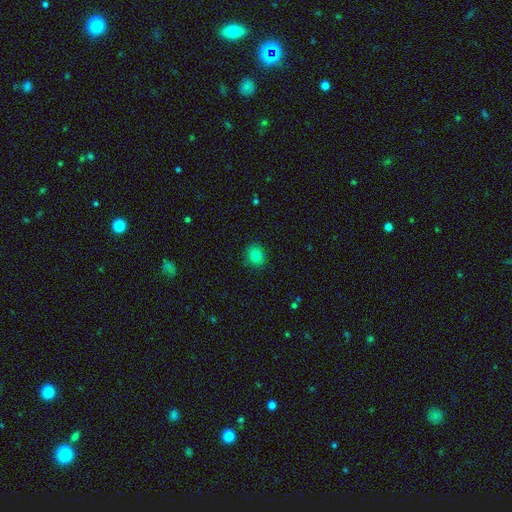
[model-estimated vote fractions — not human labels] Smooth or featured: smooth — 80% (star or artifact — 12%)
How rounded: round — 72% (in between — 27%)
Merging: none — 89% (minor disturbance — 8%)